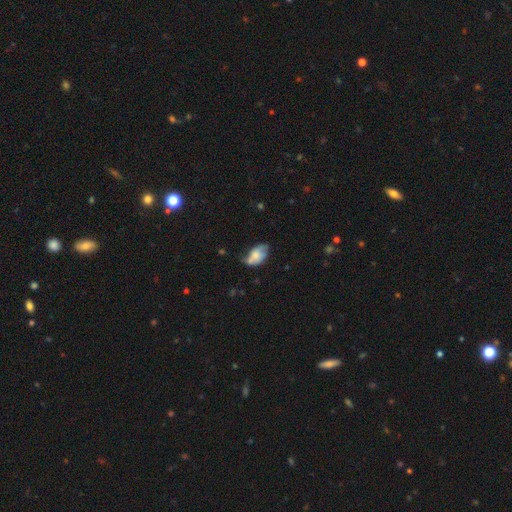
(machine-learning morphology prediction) A smooth galaxy with no disk features (60%) that is in between round and cigar-shaped (90%). Merging: minor disturbance (36%).